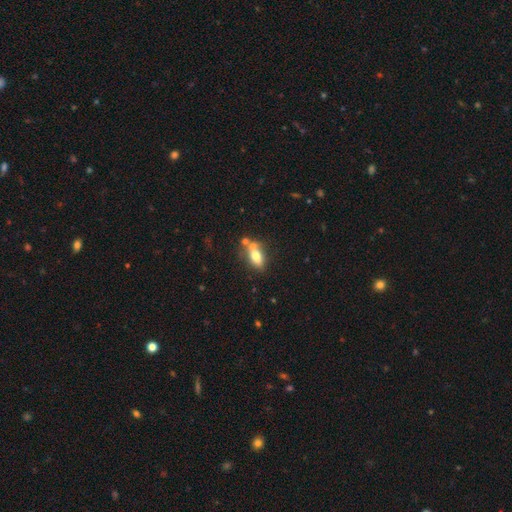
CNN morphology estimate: Smooth or featured? Predicted: smooth (p=0.73). How rounded? Predicted: in between (p=0.84). Merging? Predicted: none (p=0.52).